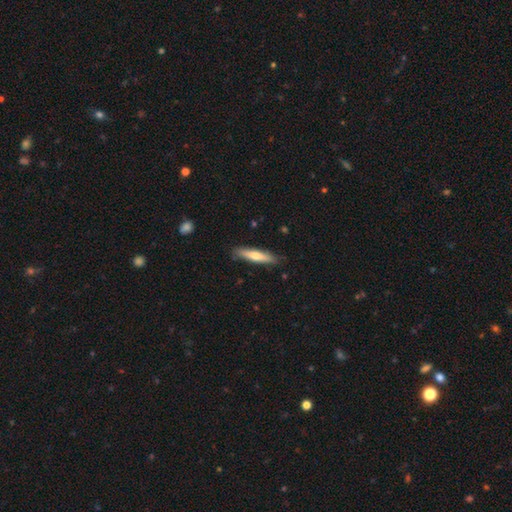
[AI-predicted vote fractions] The model was most divided on "smooth or featured": smooth: 59%, featured or disk: 35%, star or artifact: 5%. More confident: merging — none (85%); how rounded — cigar-shaped (81%).